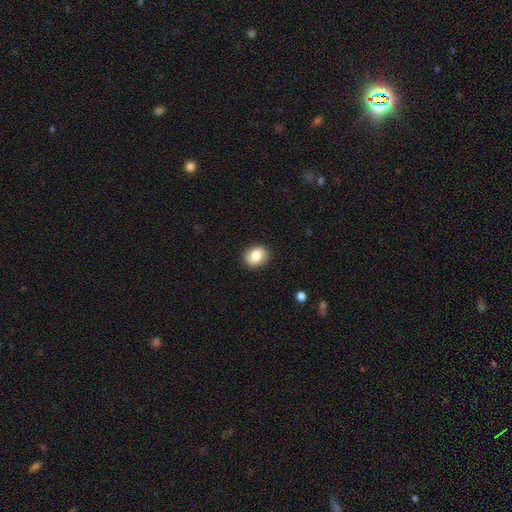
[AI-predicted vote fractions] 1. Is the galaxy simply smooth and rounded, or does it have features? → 77% smooth, 14% featured or disk, 8% star or artifact.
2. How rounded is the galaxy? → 56% round, 43% in between, 1% cigar-shaped.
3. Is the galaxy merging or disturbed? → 88% none, 9% minor disturbance, 2% major disturbance, 1% merger.